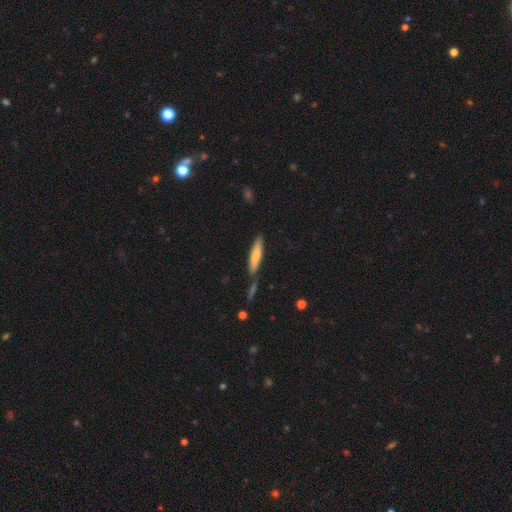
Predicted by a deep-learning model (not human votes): Smooth or featured?
  - smooth: 73% *
  - featured or disk: 21%
  - star or artifact: 6%
How rounded?
  - cigar-shaped: 82% *
  - in between: 17%
  - round: 1%
Merging?
  - none: 72% *
  - minor disturbance: 14%
  - merger: 11%
  - major disturbance: 3%